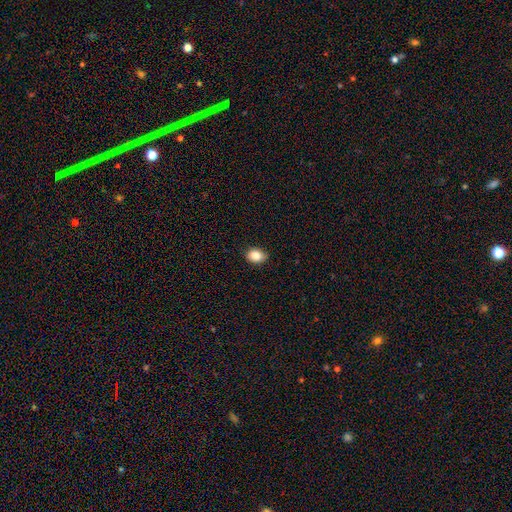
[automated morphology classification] Smooth or featured? smooth (87%)
How rounded? in between (62%)
Merging? none (81%)